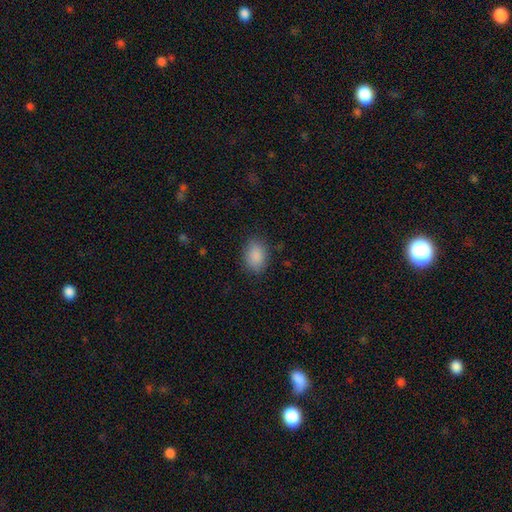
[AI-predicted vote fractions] smooth 89%, star or artifact 8%, featured or disk 4%. Down the decision tree: how rounded — in between (76%); merging — none (83%).